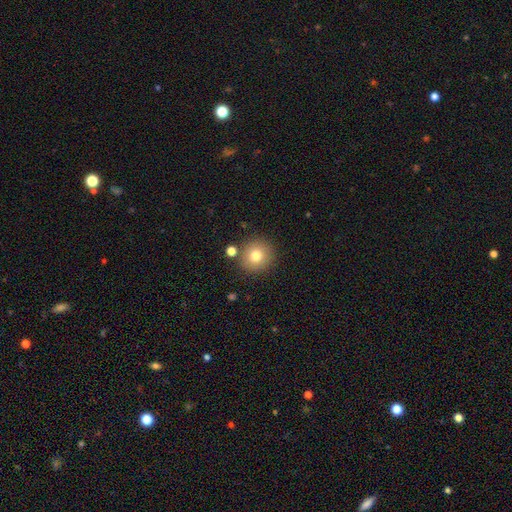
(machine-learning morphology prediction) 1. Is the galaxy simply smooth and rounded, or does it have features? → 78% smooth, 12% star or artifact, 10% featured or disk.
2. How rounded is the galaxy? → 93% round, 6% in between, 1% cigar-shaped.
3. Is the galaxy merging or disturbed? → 85% none, 7% minor disturbance, 5% merger, 2% major disturbance.